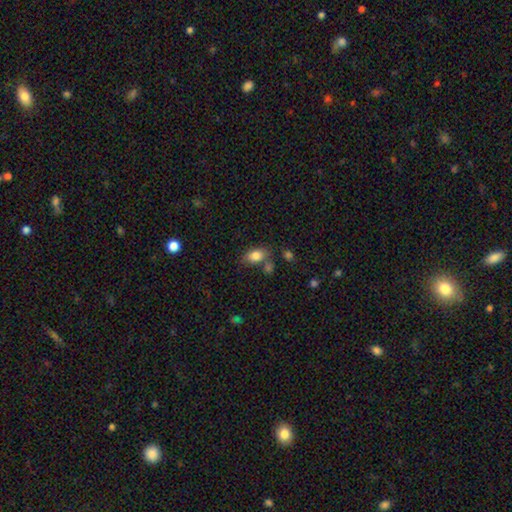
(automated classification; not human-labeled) smooth-or-featured: smooth: 83% | star or artifact: 9% | featured or disk: 8%
  how-rounded: in between: 85% | round: 13% | cigar-shaped: 2%
  merging: none: 65% | minor disturbance: 16% | merger: 14% | major disturbance: 5%